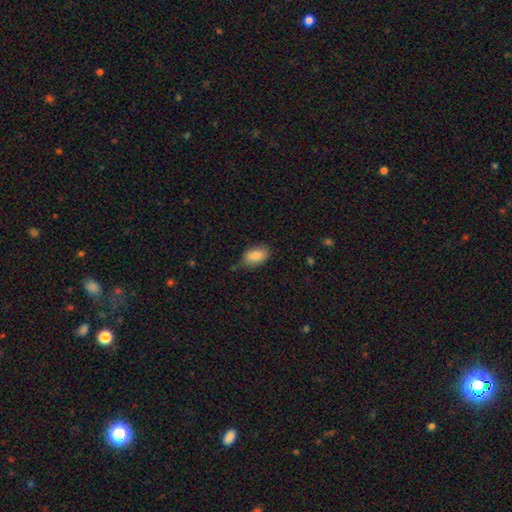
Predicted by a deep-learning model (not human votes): A smooth galaxy with no disk features (85%) that is in between round and cigar-shaped (91%).

Vote fractions:
- Smooth or featured? smooth: 85% / featured or disk: 8% / star or artifact: 7%
- How rounded? in between: 91% / round: 7% / cigar-shaped: 2%
- Merging? none: 70% / minor disturbance: 23% / major disturbance: 4% / merger: 2%